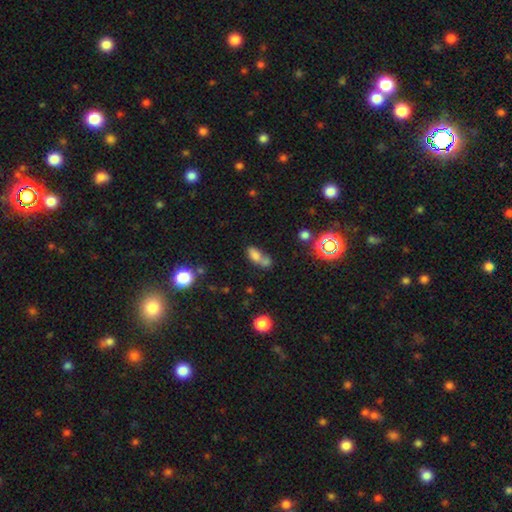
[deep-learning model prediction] Smooth or featured: smooth — 70% (star or artifact — 17%)
How rounded: in between — 78% (round — 12%)
Merging: merger — 52% (none — 27%)